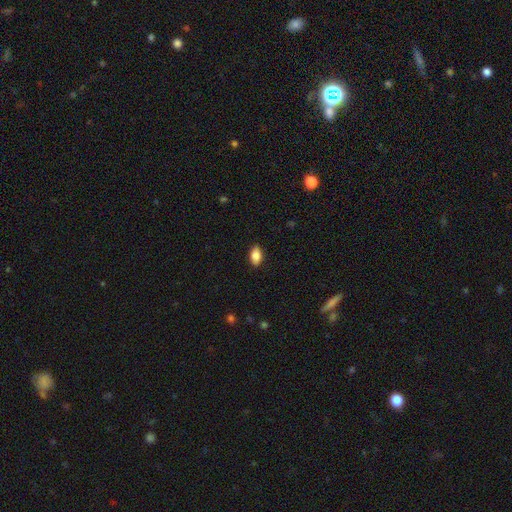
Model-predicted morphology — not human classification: Q: Smooth or featured?
A: smooth (85%); runner-up: star or artifact (8%)
Q: How rounded?
A: in between (91%); runner-up: round (5%)
Q: Merging?
A: none (87%); runner-up: minor disturbance (10%)